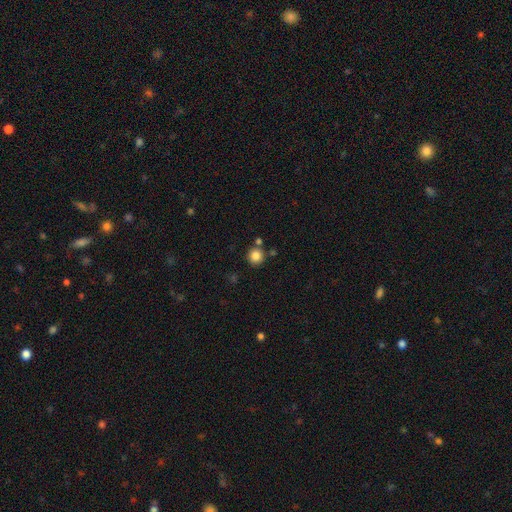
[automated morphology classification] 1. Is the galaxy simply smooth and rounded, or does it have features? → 85% smooth, 11% star or artifact, 5% featured or disk.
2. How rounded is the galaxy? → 94% round, 5% in between, 1% cigar-shaped.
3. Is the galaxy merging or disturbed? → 80% none, 10% merger, 8% minor disturbance, 3% major disturbance.